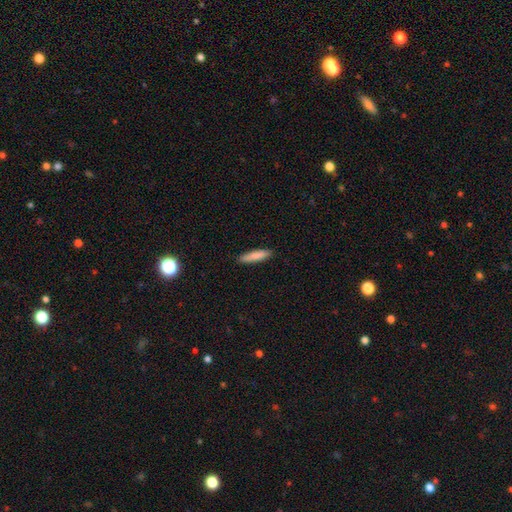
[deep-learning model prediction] Overall: smooth (83%). How rounded: cigar-shaped (81%). Merging: none (90%).